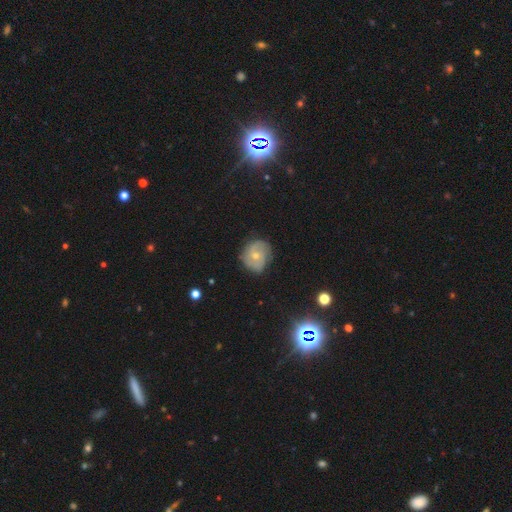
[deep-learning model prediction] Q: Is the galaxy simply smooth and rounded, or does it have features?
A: featured or disk — 62%.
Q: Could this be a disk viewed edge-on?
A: no — 97%.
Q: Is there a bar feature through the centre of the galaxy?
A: no — 71%.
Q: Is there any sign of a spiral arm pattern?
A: yes — 84%.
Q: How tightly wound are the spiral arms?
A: tight — 41%.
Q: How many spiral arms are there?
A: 2 — 53%.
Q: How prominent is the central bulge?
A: small — 53%.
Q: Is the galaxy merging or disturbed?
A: none — 70%.